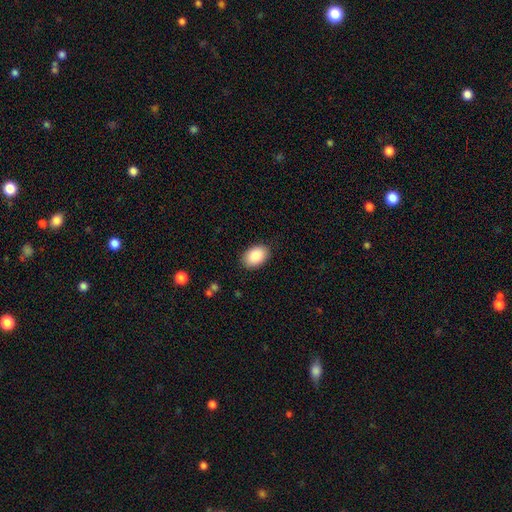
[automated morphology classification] This appears to be a smooth galaxy with no disk features (88%) that is in between round and cigar-shaped (88%). Merging: none (87%).